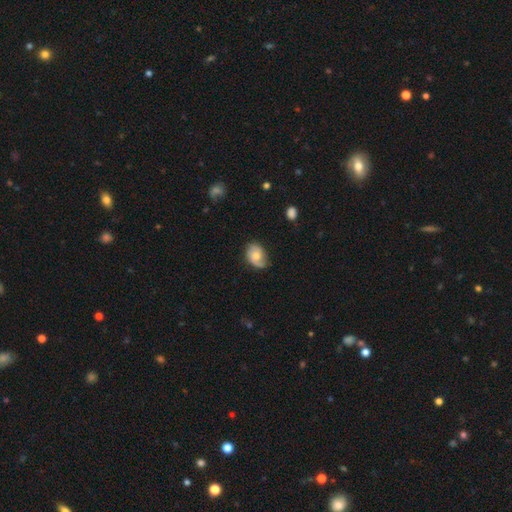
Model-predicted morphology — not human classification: Smooth or featured?
  - featured or disk: 47% *
  - smooth: 46%
  - star or artifact: 8%
Merging?
  - none: 66% *
  - minor disturbance: 26%
  - major disturbance: 7%
  - merger: 2%